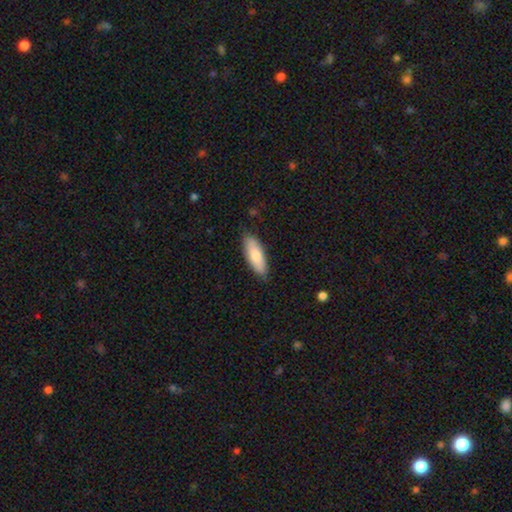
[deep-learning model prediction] This is likely a smooth galaxy (78%). How rounded: likely in between (67%). Merging: clearly none (83%).